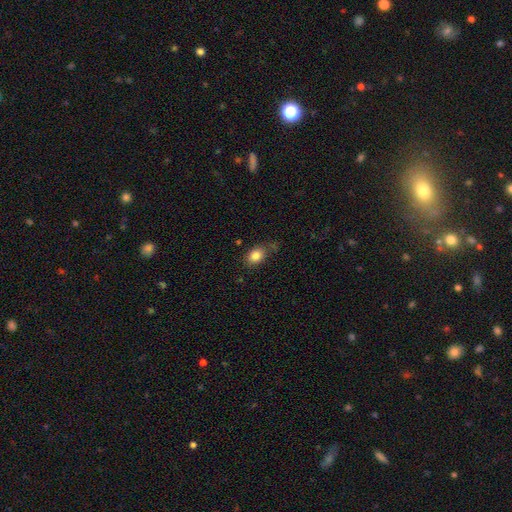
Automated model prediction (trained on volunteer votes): smooth 84%, star or artifact 9%, featured or disk 7%. Down the decision tree: how rounded — in between (71%); merging — none (69%).